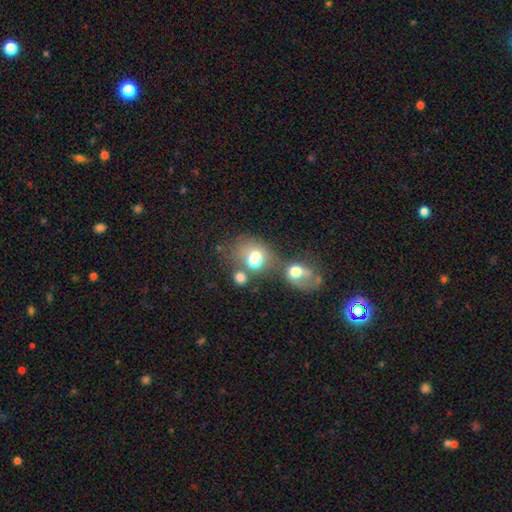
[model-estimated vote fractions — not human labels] Smooth or featured? Predicted: smooth (p=0.66). How rounded? Predicted: in between (p=0.56). Merging? Predicted: merger (p=0.54).